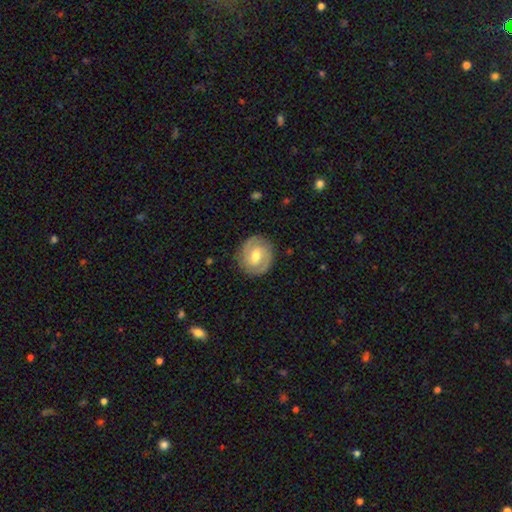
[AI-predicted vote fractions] A featured or disk galaxy (67%) with a weak bar (51%), 2 (80%) tight (49%) spiral arms (85%) and a moderate central bulge (73%). Merging: none (85%).